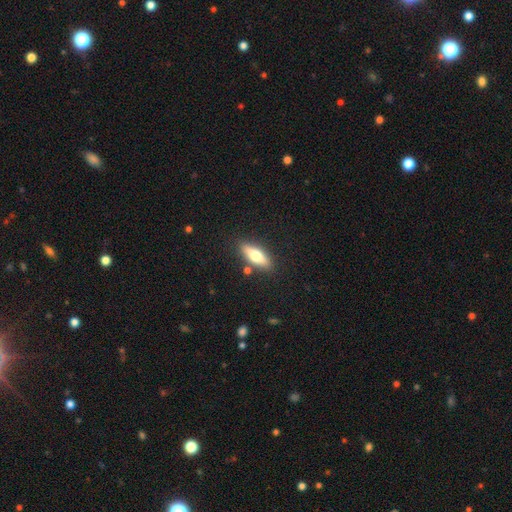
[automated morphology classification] A smooth galaxy with no disk features (64%) that is in between round and cigar-shaped (61%). Merging: none (83%).